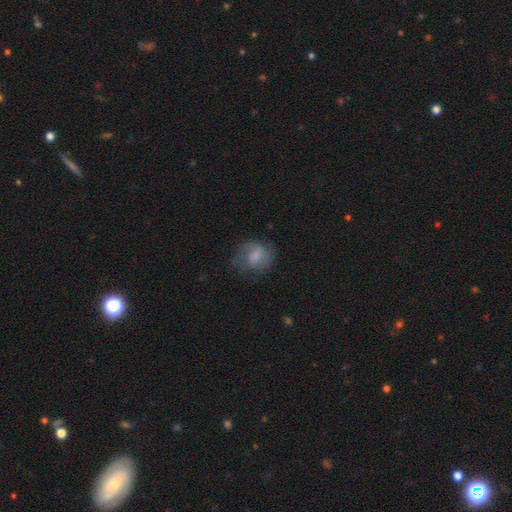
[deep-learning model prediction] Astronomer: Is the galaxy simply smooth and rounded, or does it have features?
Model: smooth — 58%.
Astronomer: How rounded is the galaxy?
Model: round — 58% (runner-up: in between, 41%).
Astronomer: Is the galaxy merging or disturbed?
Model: none — 48% (runner-up: minor disturbance, 27%).